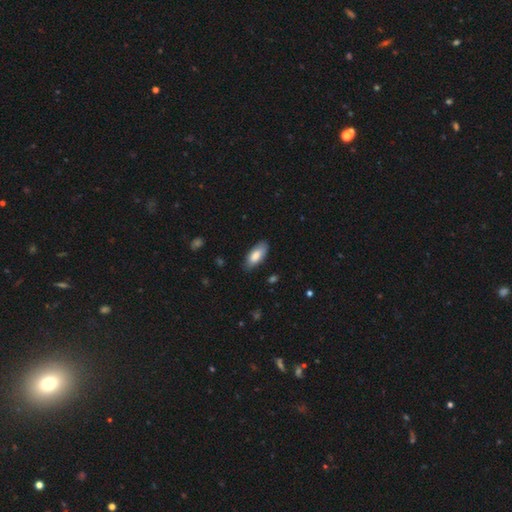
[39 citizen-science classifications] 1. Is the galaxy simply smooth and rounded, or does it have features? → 74% smooth, 21% featured or disk, 5% star or artifact.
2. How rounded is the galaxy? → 76% in between, 21% cigar-shaped, 3% round.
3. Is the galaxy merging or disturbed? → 70% none, 24% minor disturbance, 5% major disturbance, 0% merger.